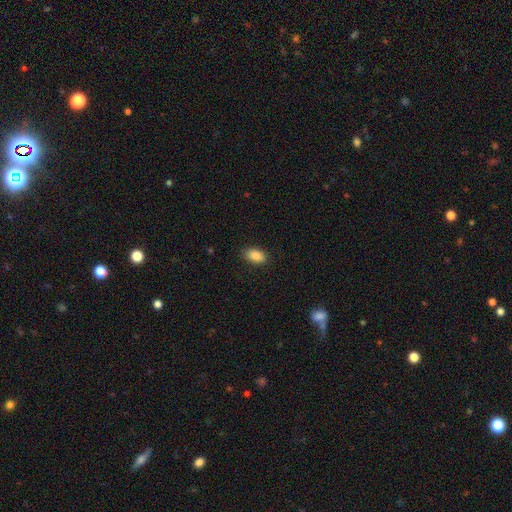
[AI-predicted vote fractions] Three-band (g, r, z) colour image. It shows a smooth galaxy with no disk features (89%) that is in between round and cigar-shaped (92%). Merging: none (86%).